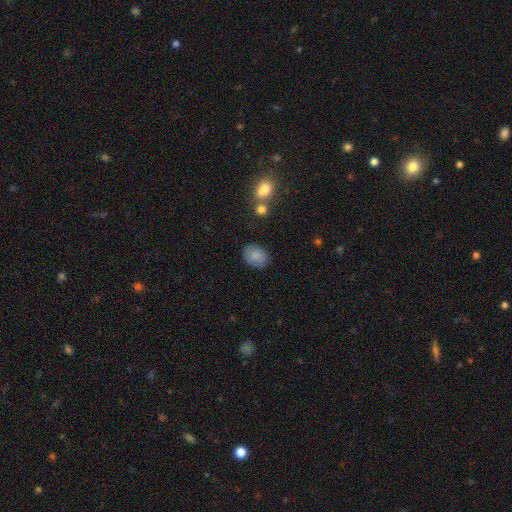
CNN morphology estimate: The model was most divided on "how rounded": in between: 59%, round: 40%, cigar-shaped: 1%. More confident: smooth or featured — smooth (84%); merging — none (82%).